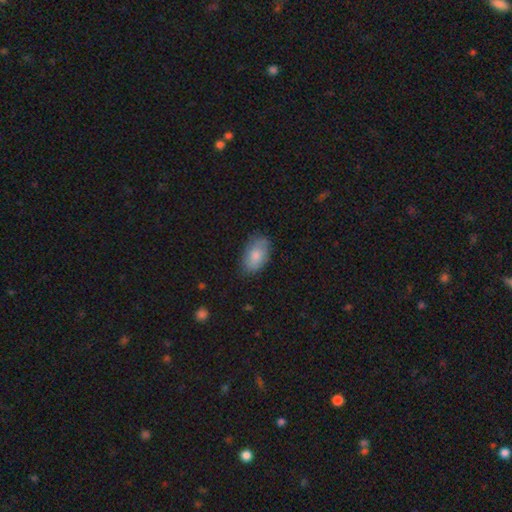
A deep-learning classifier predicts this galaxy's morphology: The model was most divided on "merging": none: 76%, minor disturbance: 19%, major disturbance: 4%, merger: 1%. More confident: how rounded — in between (92%); smooth or featured — smooth (80%).